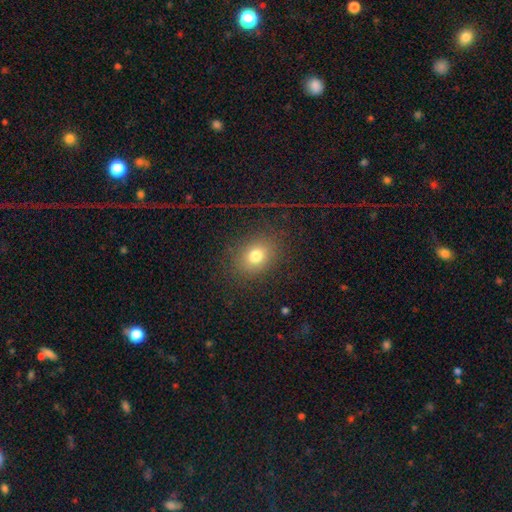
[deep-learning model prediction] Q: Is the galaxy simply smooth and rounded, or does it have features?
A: smooth — 75%.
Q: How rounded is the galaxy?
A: round — 54%.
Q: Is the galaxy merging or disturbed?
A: none — 83%.